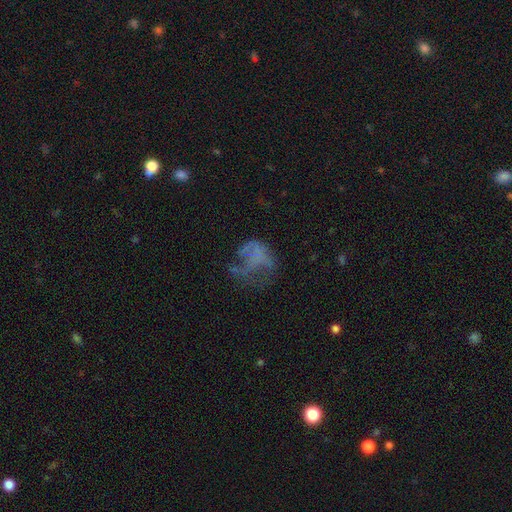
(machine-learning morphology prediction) featured or disk 47%, smooth 34%, star or artifact 19%. Down the decision tree: merging — major disturbance (45%).